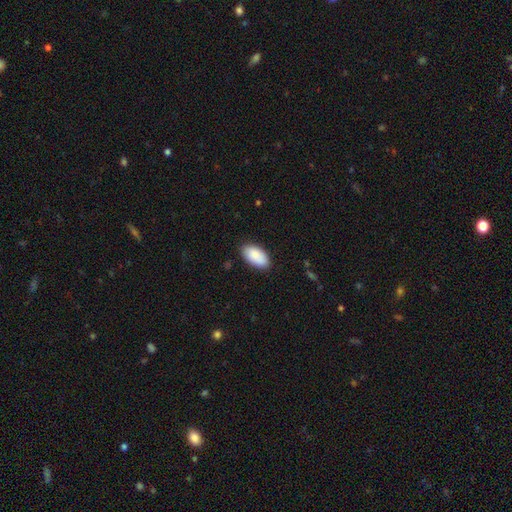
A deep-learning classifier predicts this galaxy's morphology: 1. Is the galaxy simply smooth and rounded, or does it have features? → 87% smooth, 7% featured or disk, 6% star or artifact.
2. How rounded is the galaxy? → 95% in between, 3% round, 2% cigar-shaped.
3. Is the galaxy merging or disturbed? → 84% none, 12% minor disturbance, 2% major disturbance, 1% merger.